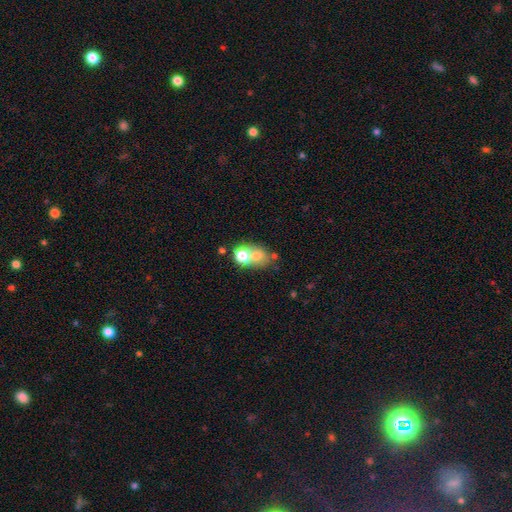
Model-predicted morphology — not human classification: This is likely a smooth galaxy (65%). How rounded: possibly in between (57%). Merging: possibly merger (48%).